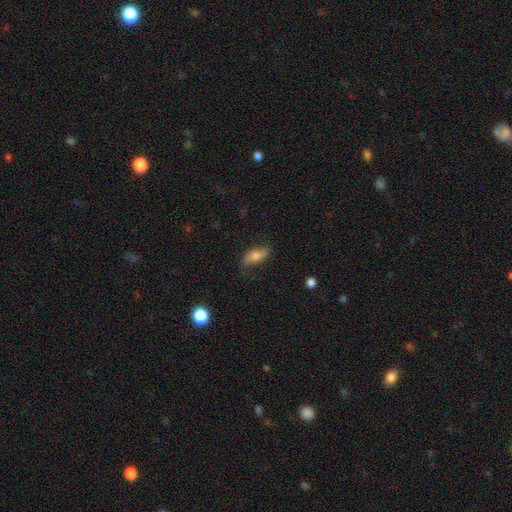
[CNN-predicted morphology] Smooth or featured?
  - smooth: 53% *
  - featured or disk: 39%
  - star or artifact: 8%
How rounded?
  - in between: 77% *
  - cigar-shaped: 18%
  - round: 5%
Merging?
  - none: 70% *
  - minor disturbance: 22%
  - major disturbance: 7%
  - merger: 2%